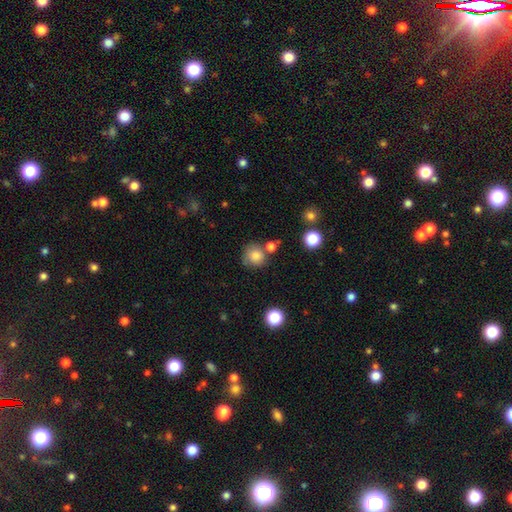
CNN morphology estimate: smooth_or_featured: smooth (p=0.81) [alt: star or artifact p=0.11]
how_rounded: round (p=0.89) [alt: in between p=0.10]
merging: none (p=0.67) [alt: minor disturbance p=0.17]